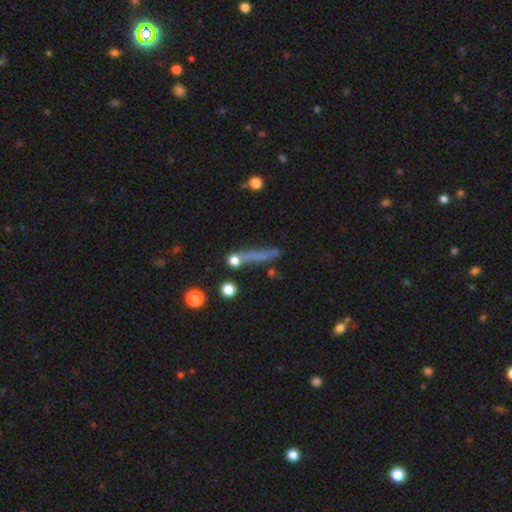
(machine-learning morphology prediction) smooth_or_featured: smooth (p=0.52) [alt: featured or disk p=0.30]
how_rounded: cigar-shaped (p=0.84) [alt: round p=0.08]
merging: none (p=0.70) [alt: minor disturbance p=0.16]